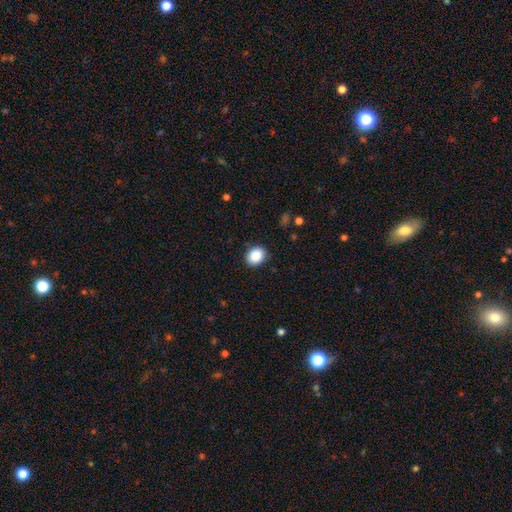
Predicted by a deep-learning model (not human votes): This is clearly a smooth galaxy (88%). How rounded: likely round (61%). Merging: clearly none (88%).